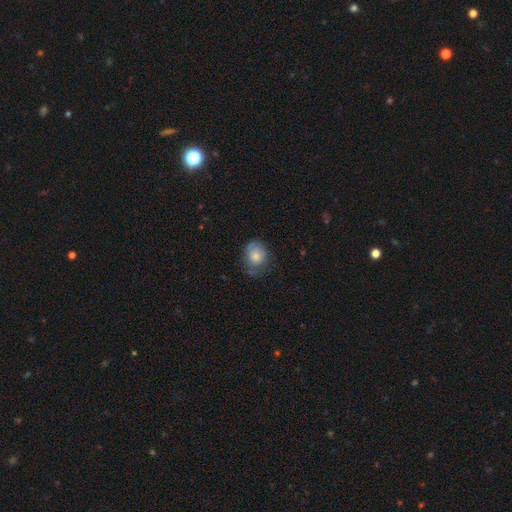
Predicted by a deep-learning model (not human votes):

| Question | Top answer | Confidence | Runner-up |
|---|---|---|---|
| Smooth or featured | smooth | 68% | featured or disk (24%) |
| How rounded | round | 57% | in between (42%) |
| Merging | none | 54% | minor disturbance (31%) |